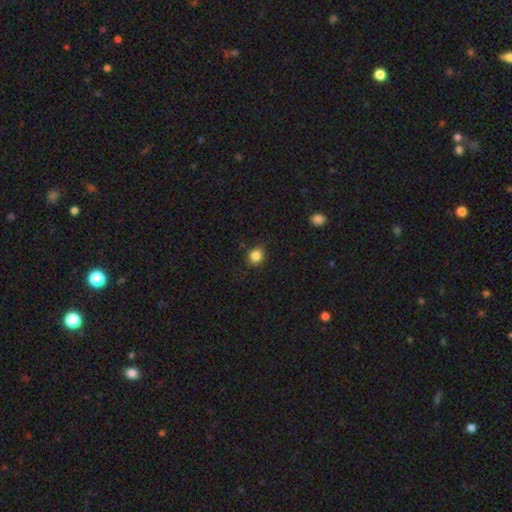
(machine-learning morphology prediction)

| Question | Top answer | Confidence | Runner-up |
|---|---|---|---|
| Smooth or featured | smooth | 85% | star or artifact (11%) |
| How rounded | round | 74% | in between (25%) |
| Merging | none | 81% | minor disturbance (14%) |